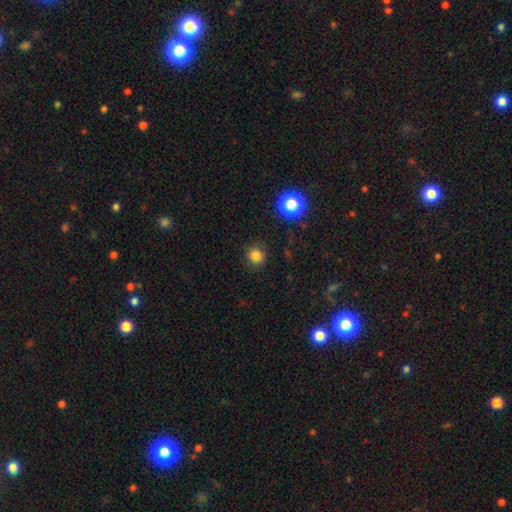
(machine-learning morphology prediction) smooth 81%, star or artifact 15%, featured or disk 4%. Down the decision tree: how rounded — round (90%); merging — none (88%).